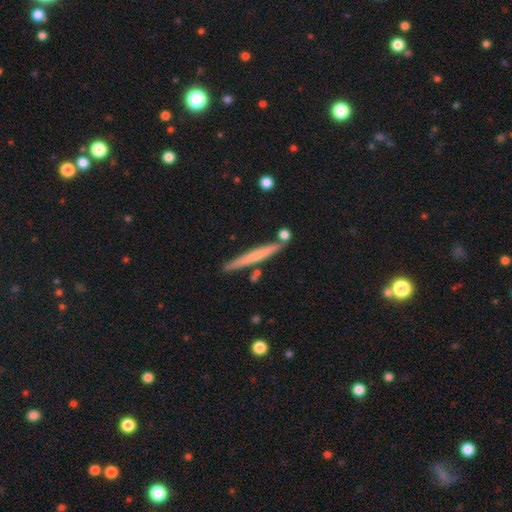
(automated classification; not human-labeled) Smooth or featured: smooth — 55% (featured or disk — 39%)
How rounded: cigar-shaped — 97% (in between — 2%)
Merging: none — 84% (minor disturbance — 9%)